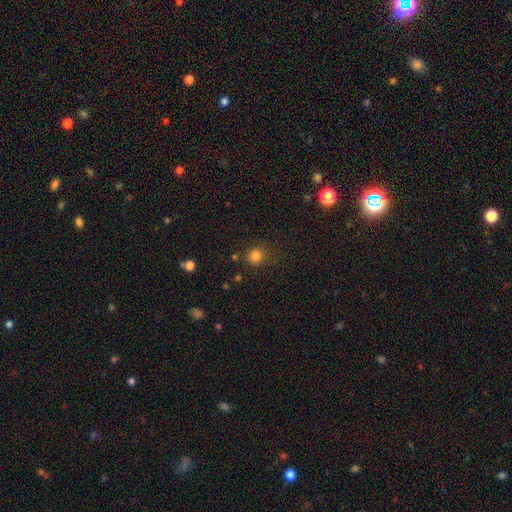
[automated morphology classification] Smooth or featured? Predicted: smooth (p=0.81). How rounded? Predicted: round (p=0.86). Merging? Predicted: none (p=0.77).